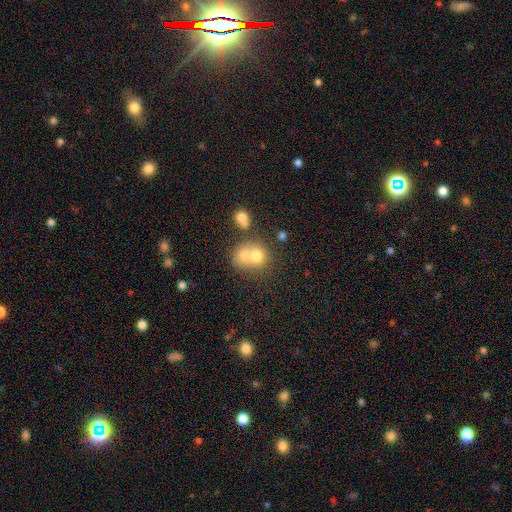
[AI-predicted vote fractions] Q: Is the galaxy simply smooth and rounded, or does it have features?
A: smooth — 69%.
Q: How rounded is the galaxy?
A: round — 72%.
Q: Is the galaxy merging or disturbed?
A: merger — 63%.